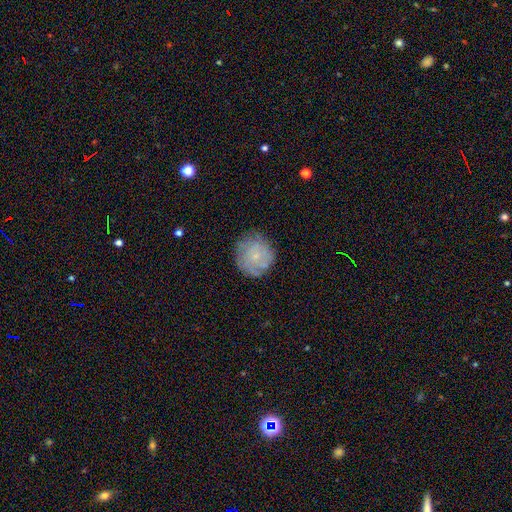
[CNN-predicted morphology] Smooth or featured? featured or disk (52%)
Edge-on disk? no (97%)
Bar? no (84%)
Spiral arms? yes (77%)
Bulge size? small (78%)
Merging? none (76%)